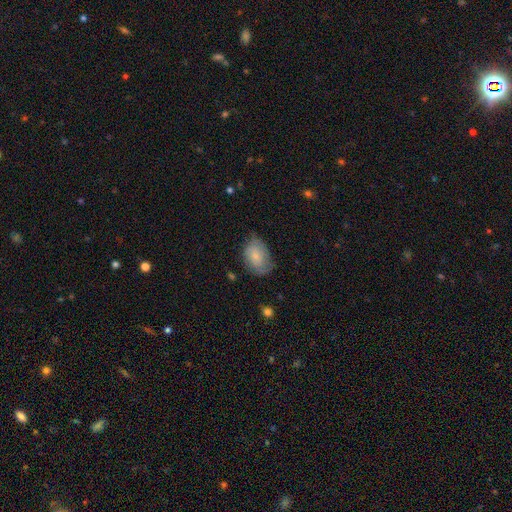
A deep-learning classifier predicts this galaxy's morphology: Smooth or featured: smooth — 68% (featured or disk — 25%)
How rounded: in between — 79% (round — 19%)
Merging: none — 57% (minor disturbance — 32%)